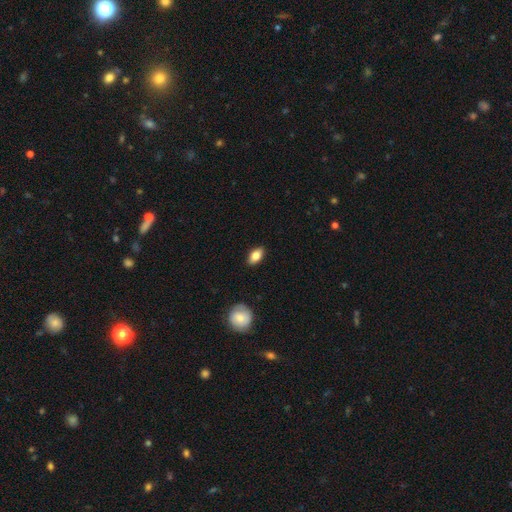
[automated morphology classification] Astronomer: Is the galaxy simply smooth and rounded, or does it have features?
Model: smooth — 79%.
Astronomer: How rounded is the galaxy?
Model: in between — 89%.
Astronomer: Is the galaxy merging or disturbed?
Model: none — 87%.